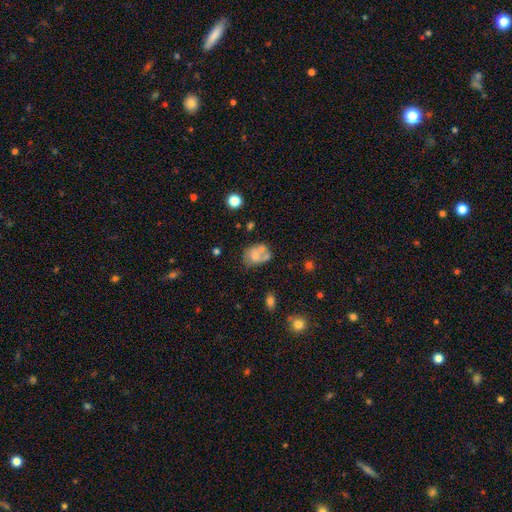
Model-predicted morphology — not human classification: A smooth galaxy with no disk features (53%) that is in between round and cigar-shaped (57%).

Vote fractions:
- Smooth or featured? smooth: 53% / featured or disk: 37% / star or artifact: 10%
- How rounded? in between: 57% / round: 42% / cigar-shaped: 1%
- Merging? merger: 43% / none: 29% / minor disturbance: 17% / major disturbance: 11%